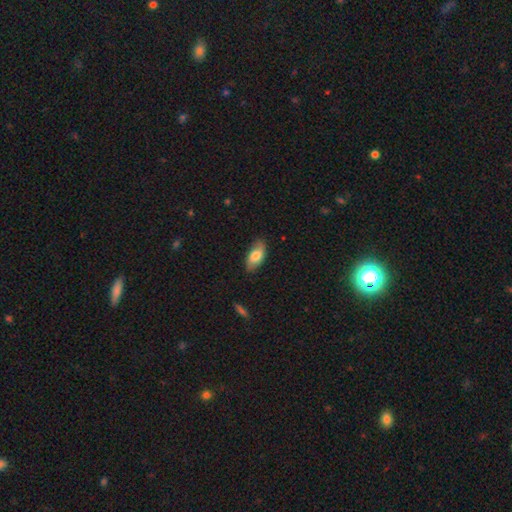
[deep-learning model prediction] This appears to be a smooth galaxy with no disk features (72%) that is in between round and cigar-shaped (90%). Merging: none (77%).